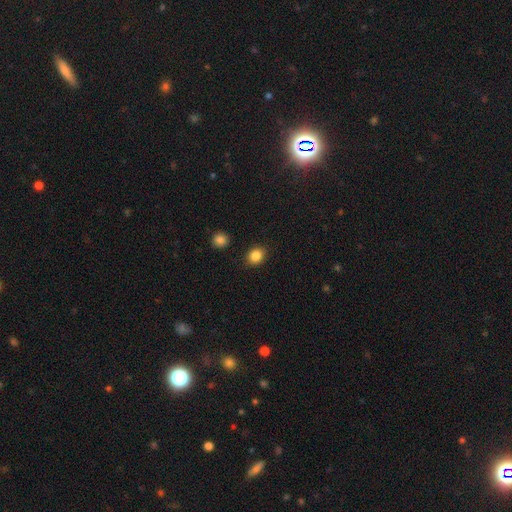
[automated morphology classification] smooth_or_featured: smooth (p=0.86) [alt: star or artifact p=0.10]
how_rounded: round (p=0.65) [alt: in between p=0.34]
merging: none (p=0.89) [alt: minor disturbance p=0.07]